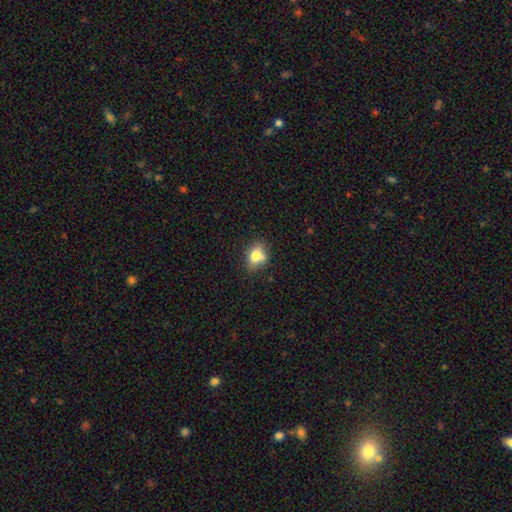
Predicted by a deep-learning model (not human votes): Smooth or featured? smooth (76%)
How rounded? in between (51%)
Merging? none (60%)